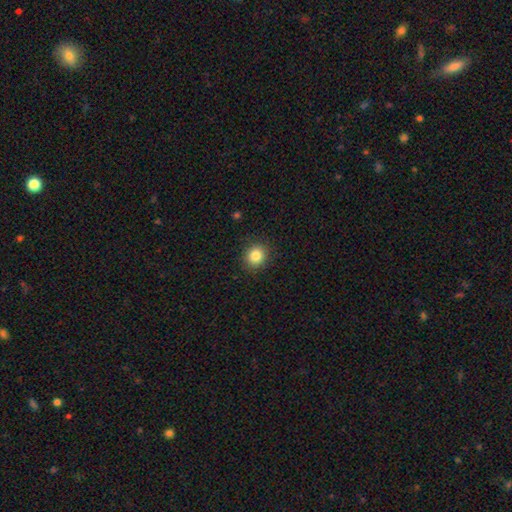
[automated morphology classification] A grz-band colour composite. It shows a smooth galaxy with no disk features (84%) that is round (82%). Merging: none (90%).